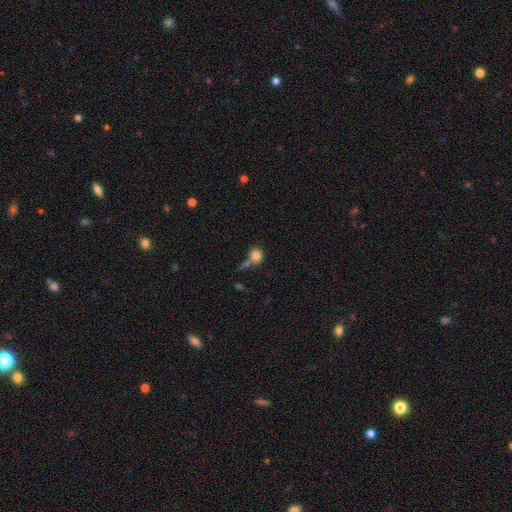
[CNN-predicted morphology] This appears to be a smooth galaxy with no disk features (79%) that is round (76%). Merging: none (43%).